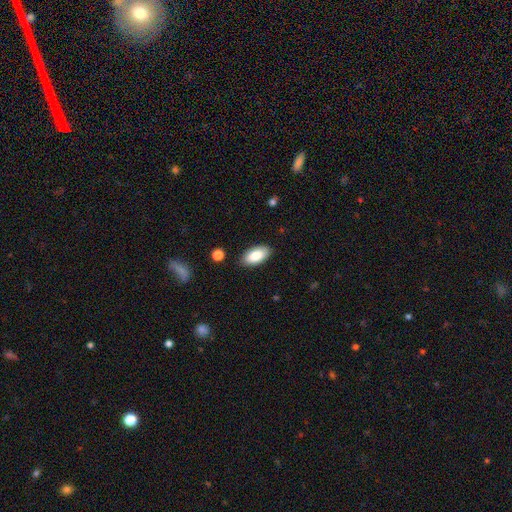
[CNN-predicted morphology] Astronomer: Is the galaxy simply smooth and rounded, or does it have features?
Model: smooth — 86%.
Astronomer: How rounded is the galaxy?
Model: in between — 94%.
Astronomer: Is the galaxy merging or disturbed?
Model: none — 86%.